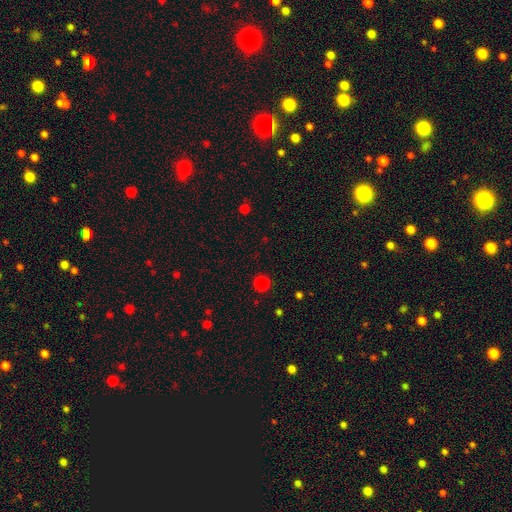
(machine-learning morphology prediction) The model was most divided on "smooth or featured": smooth: 75%, star or artifact: 21%, featured or disk: 3%. More confident: how rounded — round (93%); merging — none (91%).